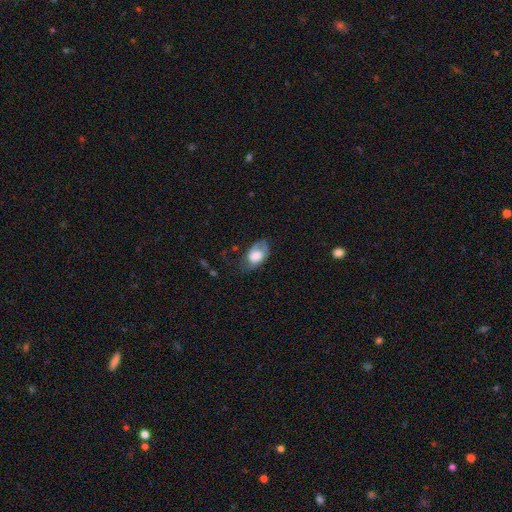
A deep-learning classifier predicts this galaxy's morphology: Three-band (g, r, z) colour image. It shows a smooth galaxy with no disk features (65%) that is in between round and cigar-shaped (88%). Merging: none (41%).